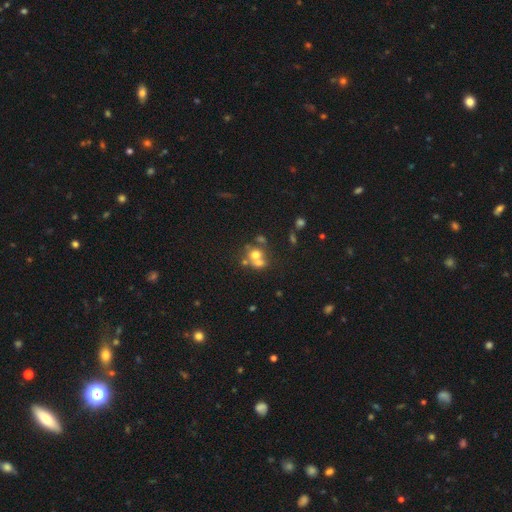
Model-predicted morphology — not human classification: Overall: smooth (59%; featured or disk 24%). How rounded: round (75%). Merging: merger (50%; none 37%).